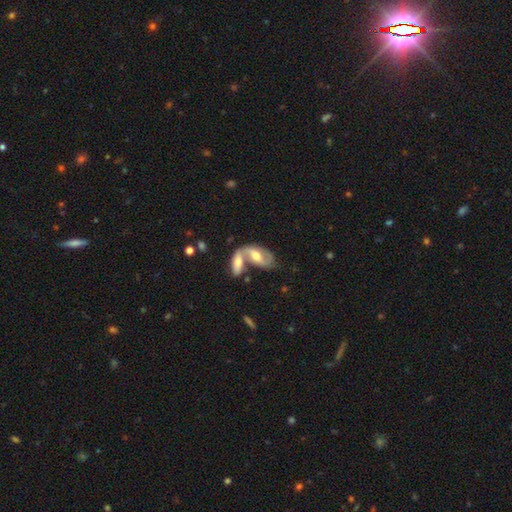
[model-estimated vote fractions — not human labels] Morphology: type=featured or disk (63%); edge-on=no (91%); bar=weak (41%); spiral arms=yes (79%); bulge=moderate (69%); merging=merger (61%).